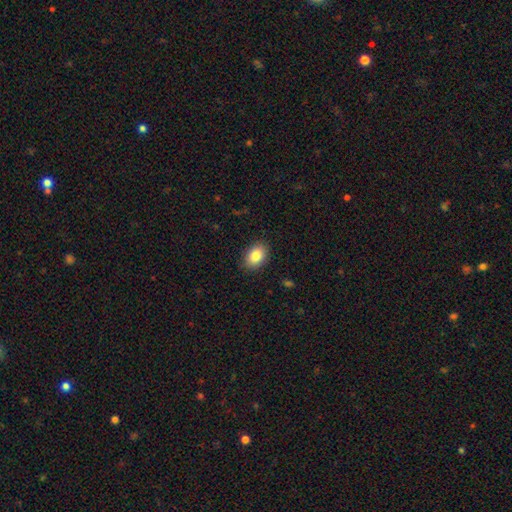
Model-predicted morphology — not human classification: smooth-or-featured: smooth: 86% | star or artifact: 8% | featured or disk: 7%
  how-rounded: in between: 82% | round: 17% | cigar-shaped: 1%
  merging: none: 88% | minor disturbance: 9% | major disturbance: 2% | merger: 1%